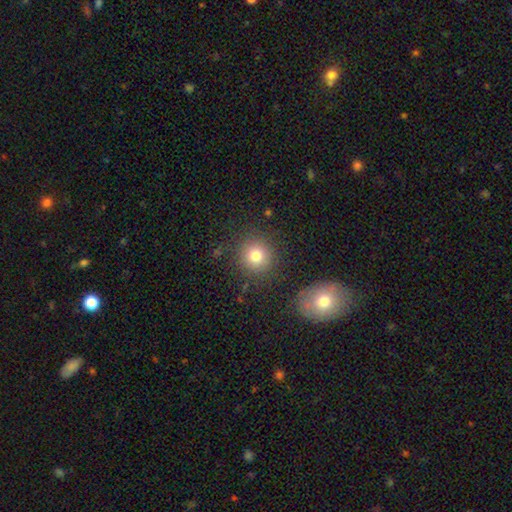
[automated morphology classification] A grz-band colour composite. It shows a smooth galaxy with no disk features (78%) that is round (93%). Merging: none (86%).